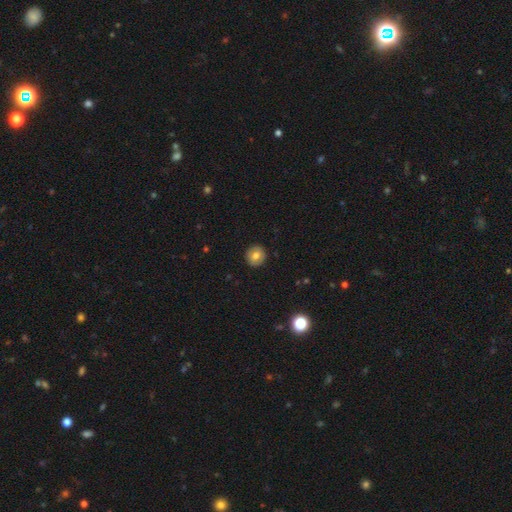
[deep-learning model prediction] Smooth or featured: smooth — 76% (featured or disk — 15%)
How rounded: round — 91% (in between — 8%)
Merging: none — 92% (minor disturbance — 6%)